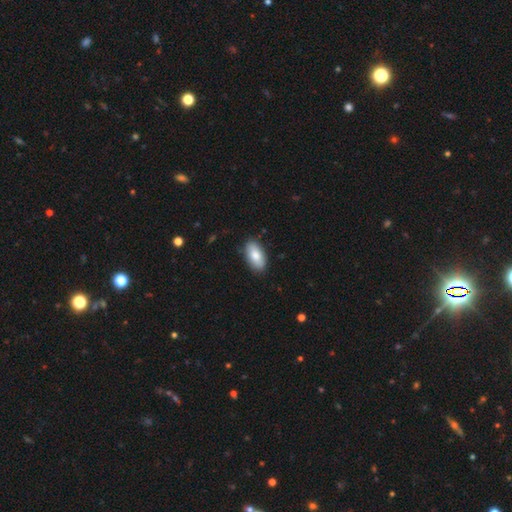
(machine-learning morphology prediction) This appears to be a smooth galaxy with no disk features (83%) that is in between round and cigar-shaped (93%). Merging: none (87%).